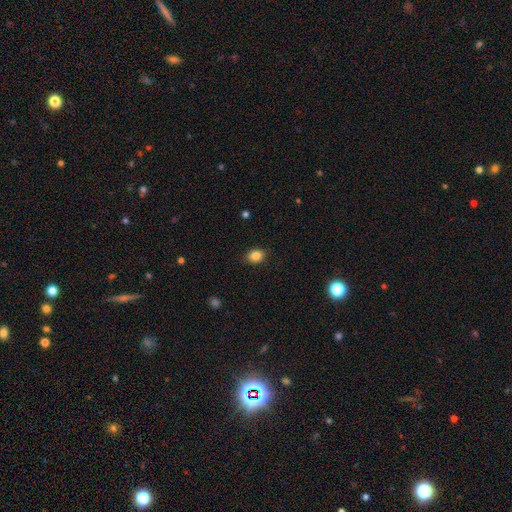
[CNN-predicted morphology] smooth_or_featured: smooth (p=0.85) [alt: star or artifact p=0.10]
how_rounded: in between (p=0.63) [alt: round p=0.36]
merging: none (p=0.87) [alt: minor disturbance p=0.09]